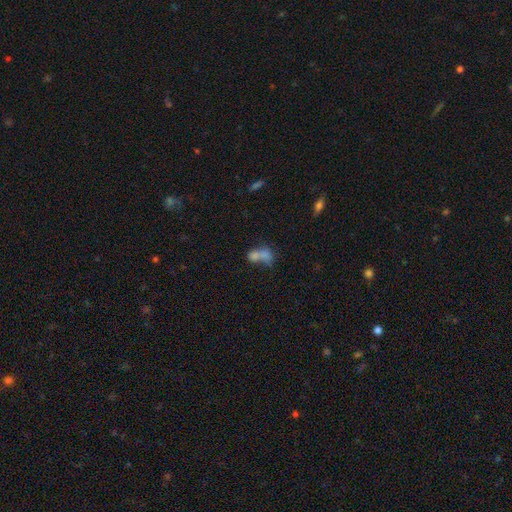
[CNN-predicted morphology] A smooth galaxy with no disk features (68%) that is in between round and cigar-shaped (74%).

Vote fractions:
- Smooth or featured? smooth: 68% / featured or disk: 19% / star or artifact: 13%
- How rounded? in between: 74% / round: 18% / cigar-shaped: 7%
- Merging? merger: 60% / none: 20% / major disturbance: 11% / minor disturbance: 9%